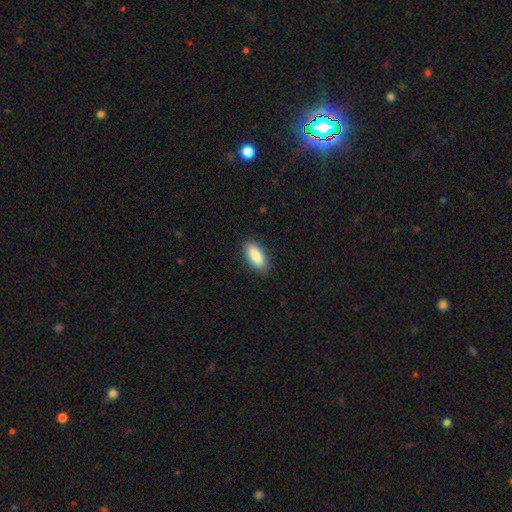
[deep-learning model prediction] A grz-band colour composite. It shows a smooth galaxy with no disk features (87%) that is in between round and cigar-shaped (84%). Merging: none (88%).